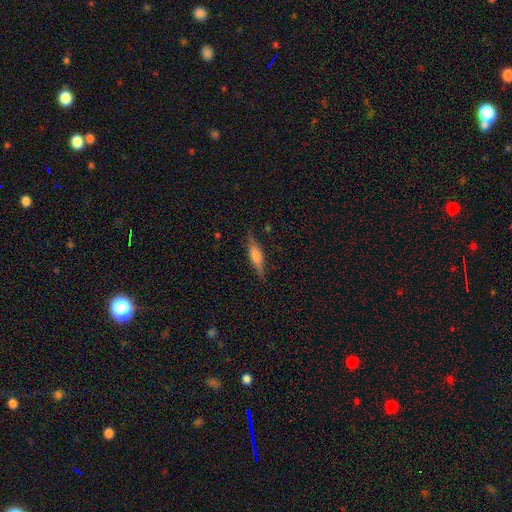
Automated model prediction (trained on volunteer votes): This appears to be a featured or disk galaxy (47%). Merging: none (84%).